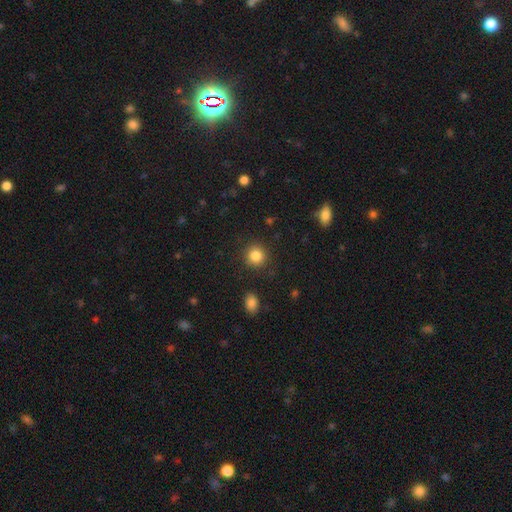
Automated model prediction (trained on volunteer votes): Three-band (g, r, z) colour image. It shows a smooth galaxy with no disk features (85%) that is round (91%). Merging: none (90%).